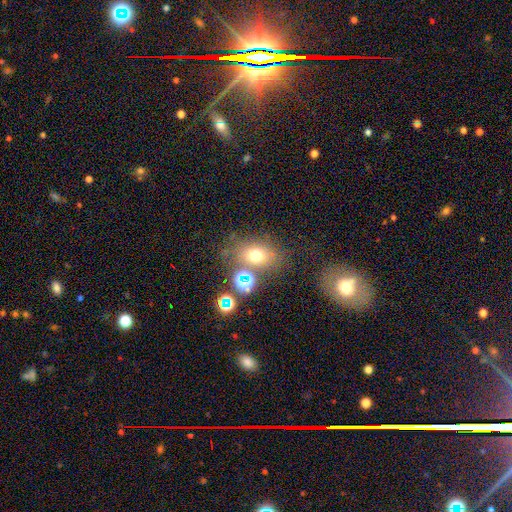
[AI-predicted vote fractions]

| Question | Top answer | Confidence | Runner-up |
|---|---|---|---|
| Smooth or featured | smooth | 66% | star or artifact (20%) |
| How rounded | in between | 61% | round (37%) |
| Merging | none | 64% | minor disturbance (14%) |